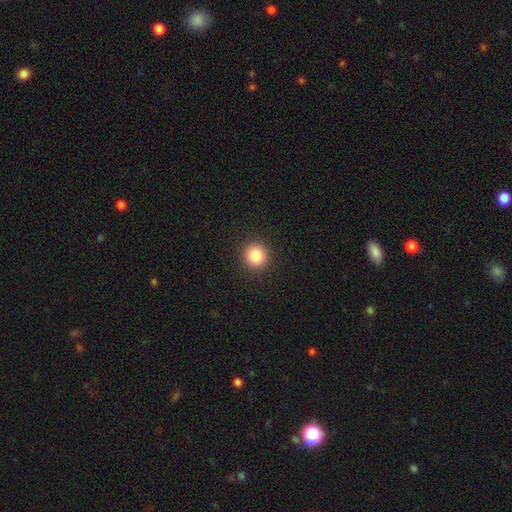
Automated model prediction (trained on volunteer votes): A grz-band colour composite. It shows a smooth galaxy with no disk features (85%) that is round (92%). Merging: none (92%).